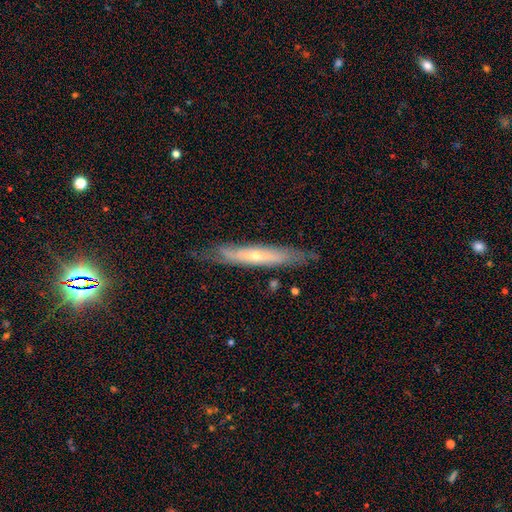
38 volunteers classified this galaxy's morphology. Smooth or featured: featured or disk — 66% (smooth — 26%)
Edge-on disk: yes — 60% (no — 40%)
Edge-on bulge: rounded — 73% (none — 20%)
Merging: none — 80% (minor disturbance — 14%)